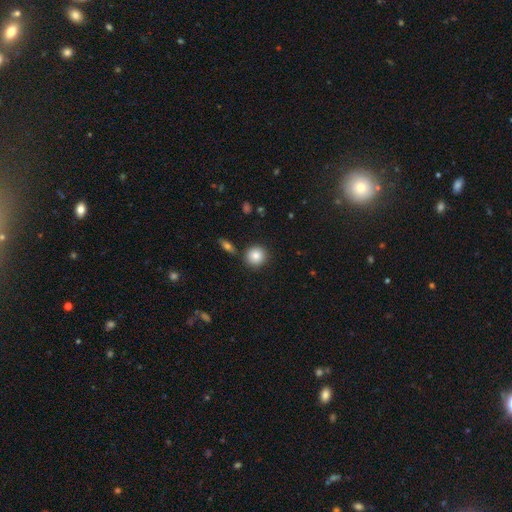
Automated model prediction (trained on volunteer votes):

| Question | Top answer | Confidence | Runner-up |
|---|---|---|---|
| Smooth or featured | smooth | 84% | star or artifact (8%) |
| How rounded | round | 91% | in between (8%) |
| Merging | none | 85% | minor disturbance (7%) |